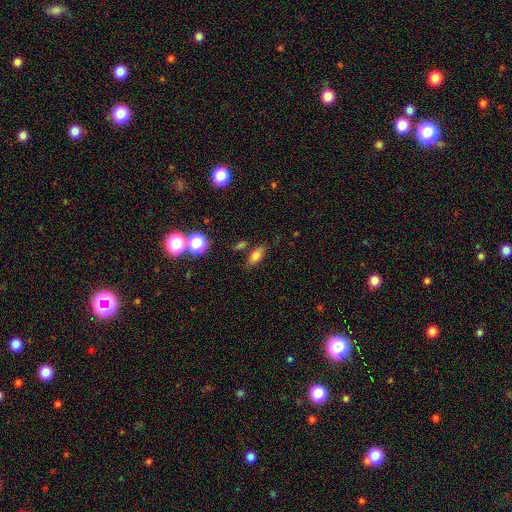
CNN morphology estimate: smooth-or-featured: smooth: 74% | star or artifact: 13% | featured or disk: 13%
  how-rounded: in between: 78% | cigar-shaped: 16% | round: 7%
  merging: none: 76% | minor disturbance: 14% | merger: 7% | major disturbance: 4%